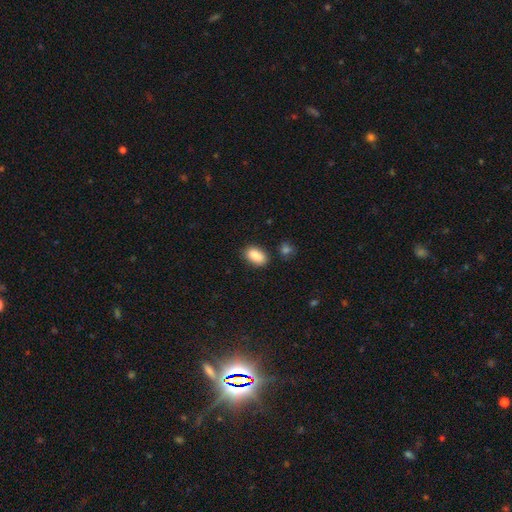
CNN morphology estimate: Overall: smooth (88%). How rounded: in between (91%). Merging: none (80%).